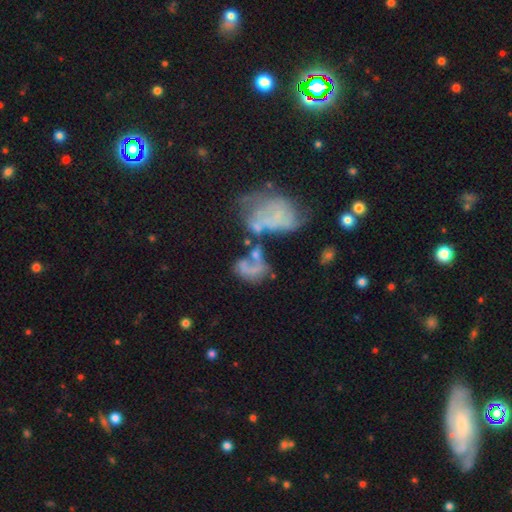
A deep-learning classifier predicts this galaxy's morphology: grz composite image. It shows a featured or disk galaxy (54%) with no bar (82%), no spiral arms (64%) and no central bulge (64%). Merging: merger (44%).